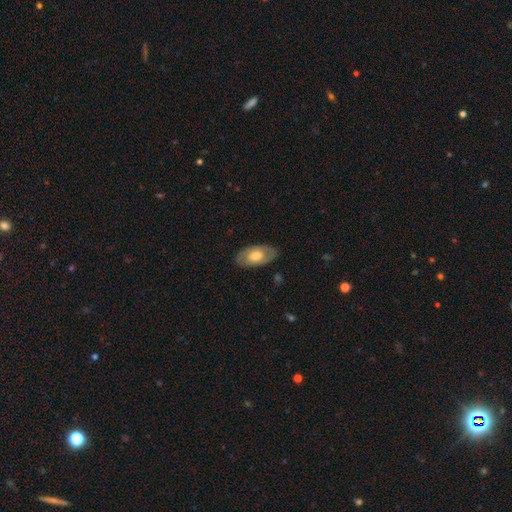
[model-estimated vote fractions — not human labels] smooth 53%, featured or disk 41%, star or artifact 5%. Down the decision tree: how rounded — in between (93%); merging — none (82%).